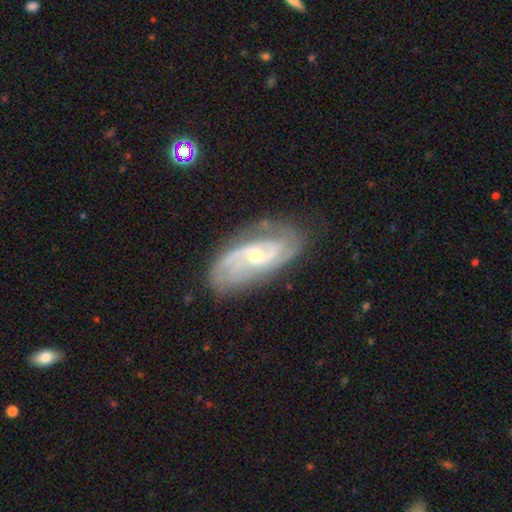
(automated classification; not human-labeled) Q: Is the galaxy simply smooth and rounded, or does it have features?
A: featured or disk — 85%.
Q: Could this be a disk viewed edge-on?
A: no — 93%.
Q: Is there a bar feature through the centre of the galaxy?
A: no — 57%.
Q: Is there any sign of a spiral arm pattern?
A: yes — 95%.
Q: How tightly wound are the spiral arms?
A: tight — 44%.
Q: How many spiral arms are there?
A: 2 — 54%.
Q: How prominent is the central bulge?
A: small — 60%.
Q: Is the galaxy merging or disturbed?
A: none — 73%.